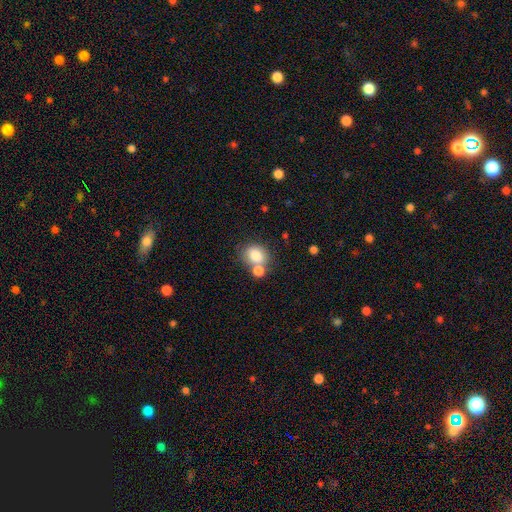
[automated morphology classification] This appears to be a smooth galaxy with no disk features (82%) that is round (55%). Merging: none (50%).